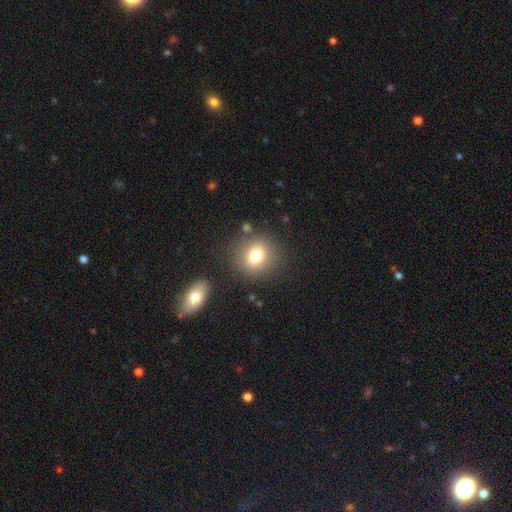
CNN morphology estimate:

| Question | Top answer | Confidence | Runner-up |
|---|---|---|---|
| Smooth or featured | smooth | 77% | featured or disk (12%) |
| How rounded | round | 74% | in between (25%) |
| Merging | none | 81% | minor disturbance (10%) |